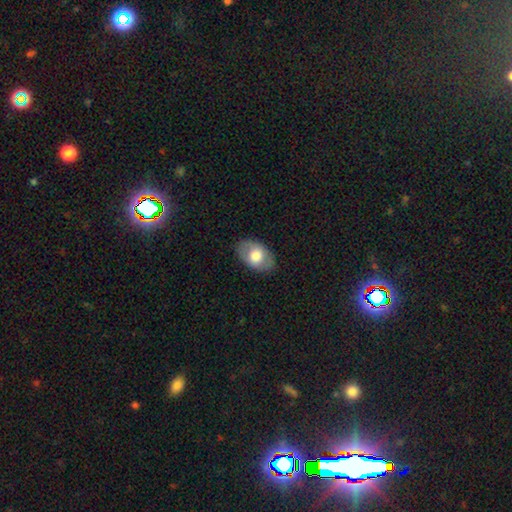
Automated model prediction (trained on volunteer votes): smooth-or-featured: smooth: 65% | featured or disk: 29% | star or artifact: 6%
  how-rounded: in between: 88% | round: 11% | cigar-shaped: 1%
  merging: none: 84% | minor disturbance: 11% | major disturbance: 3% | merger: 1%